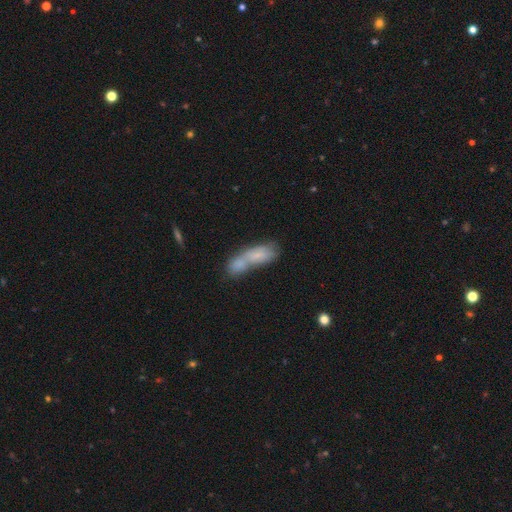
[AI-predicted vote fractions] Q: Smooth or featured?
A: smooth (69%); runner-up: featured or disk (23%)
Q: How rounded?
A: in between (62%); runner-up: cigar-shaped (33%)
Q: Merging?
A: merger (67%); runner-up: none (19%)